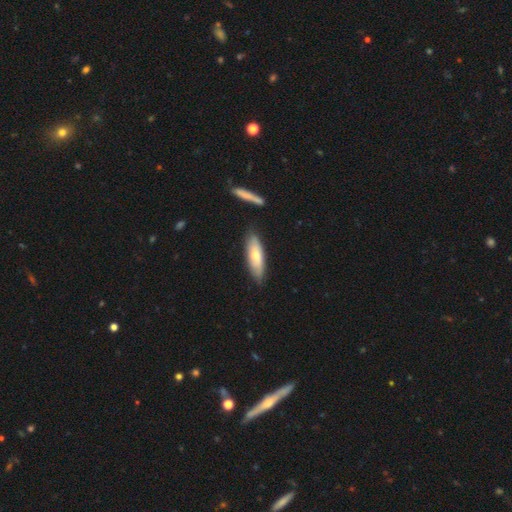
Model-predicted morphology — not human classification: Overall: smooth (63%; featured or disk 32%). How rounded: in between (51%; cigar-shaped 48%). Merging: none (78%).